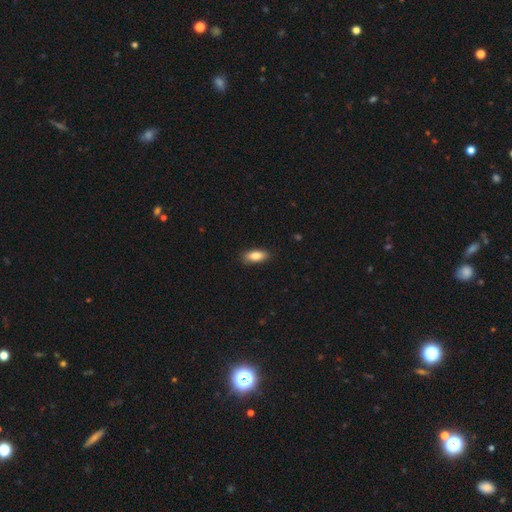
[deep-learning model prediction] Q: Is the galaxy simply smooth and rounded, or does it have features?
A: smooth — 84%.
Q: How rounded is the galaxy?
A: in between — 83%.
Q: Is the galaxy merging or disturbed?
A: none — 88%.